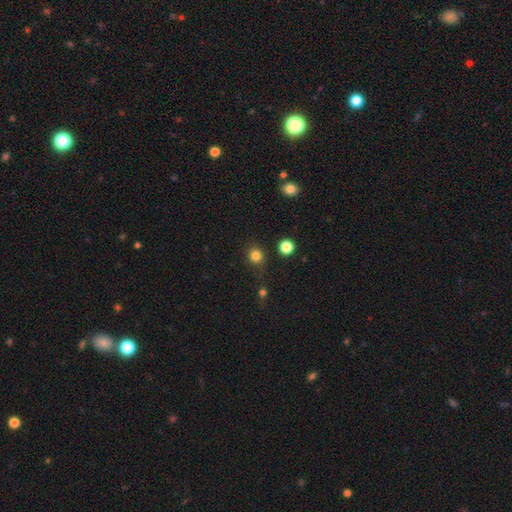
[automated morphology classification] type=smooth (81%); roundness=round (88%); merging=none (84%).